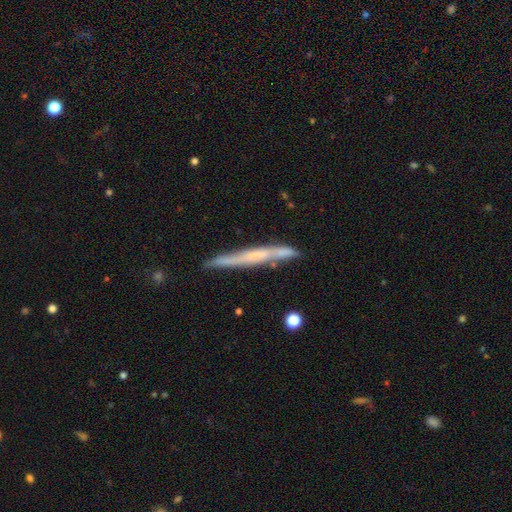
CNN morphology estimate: smooth-or-featured: featured or disk: 61% | smooth: 33% | star or artifact: 7%
  disk-edge-on: yes: 93% | no: 7%
    edge-on-bulge: none: 68% | rounded: 22% | boxy: 10%
  merging: none: 79% | minor disturbance: 15% | merger: 4% | major disturbance: 3%